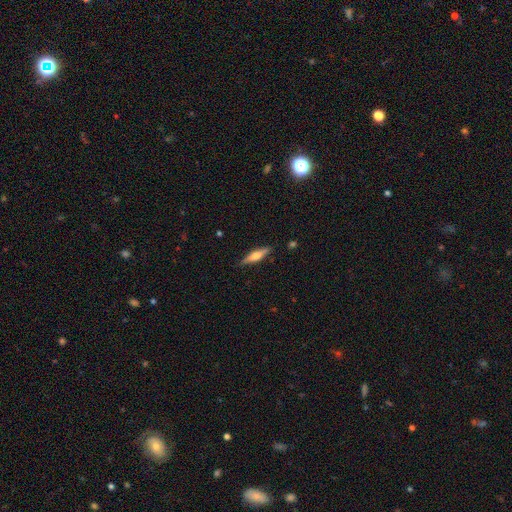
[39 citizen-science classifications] Smooth or featured? featured or disk (54%)
Edge-on disk? yes (100%)
Edge-on bulge? rounded (90%)
Merging? none (92%)